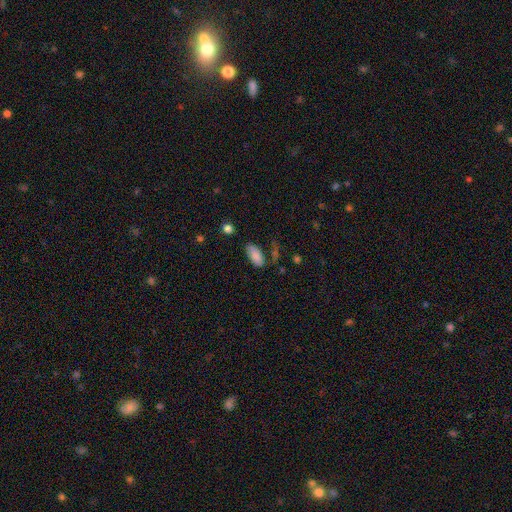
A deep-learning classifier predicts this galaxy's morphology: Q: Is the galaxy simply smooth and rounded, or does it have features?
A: smooth — 83%.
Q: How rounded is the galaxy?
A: in between — 92%.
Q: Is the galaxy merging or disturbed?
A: none — 62%.